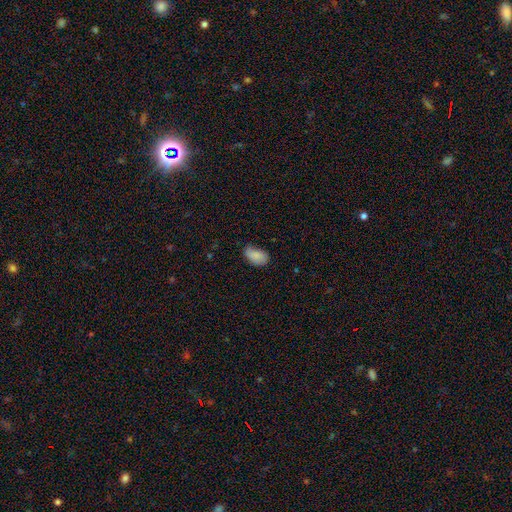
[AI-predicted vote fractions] This is clearly a smooth galaxy (84%). How rounded: clearly in between (91%). Merging: possibly none (58%).